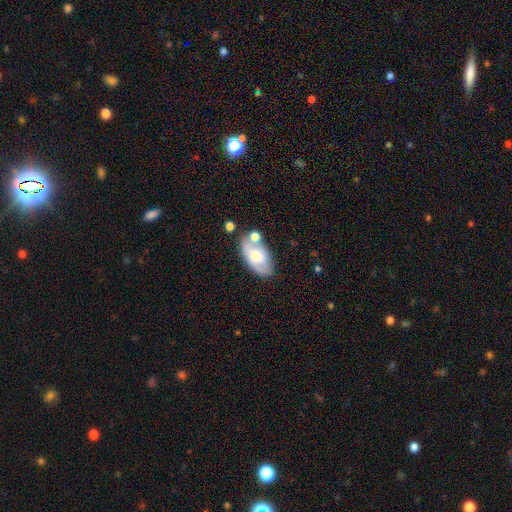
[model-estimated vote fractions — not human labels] Overall: smooth (49%; featured or disk 44%). Merging: none (54%; minor disturbance 20%).